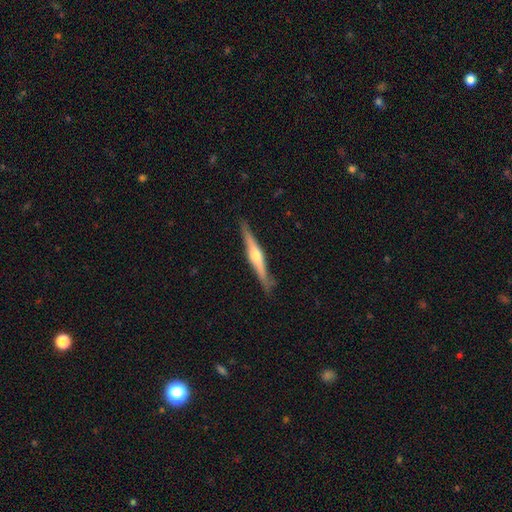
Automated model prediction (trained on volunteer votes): smooth_or_featured: featured or disk (p=0.71) [alt: smooth p=0.24]
disk_edge_on: yes (p=0.97) [alt: no p=0.03]
edge_on_bulge: rounded (p=0.88) [alt: none p=0.06]
merging: none (p=0.86) [alt: minor disturbance p=0.11]